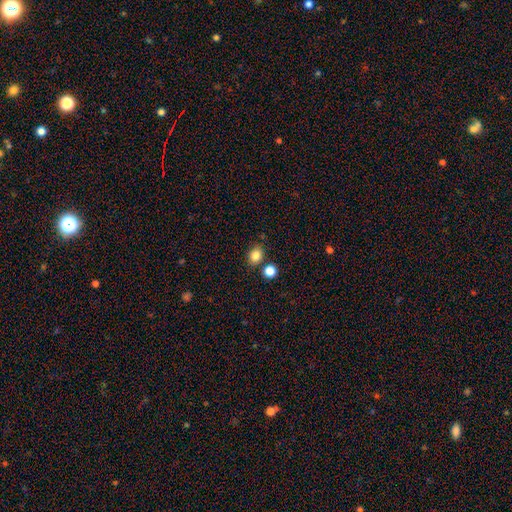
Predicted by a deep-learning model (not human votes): smooth-or-featured: smooth: 83% | star or artifact: 11% | featured or disk: 5%
  how-rounded: round: 54% | in between: 45% | cigar-shaped: 1%
  merging: none: 78% | minor disturbance: 10% | merger: 9% | major disturbance: 3%